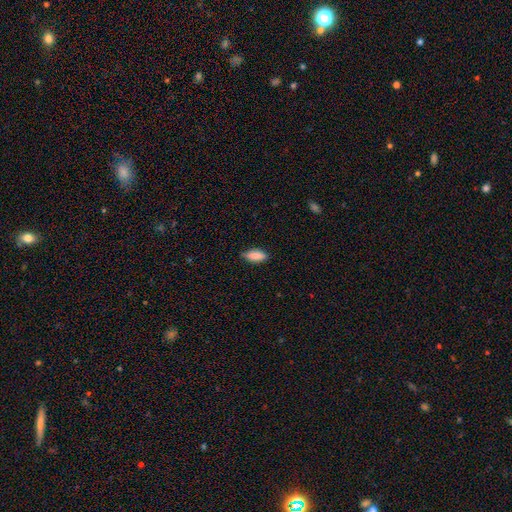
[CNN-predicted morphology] Smooth or featured: smooth — 85% (featured or disk — 8%)
How rounded: in between — 74% (cigar-shaped — 23%)
Merging: none — 81% (minor disturbance — 15%)